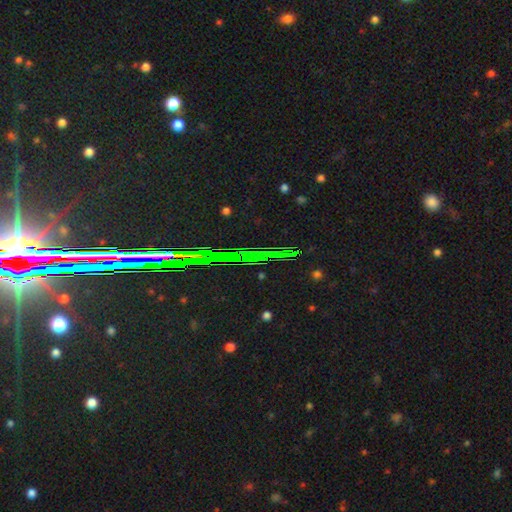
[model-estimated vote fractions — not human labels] Morphology: type=star or artifact (83%).